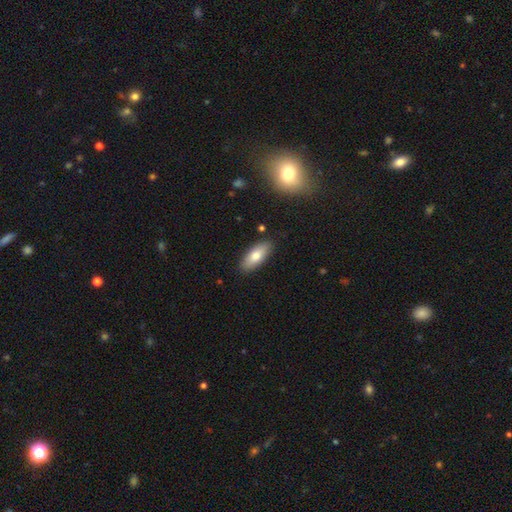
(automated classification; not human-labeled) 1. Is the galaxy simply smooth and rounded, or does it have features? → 76% smooth, 17% featured or disk, 6% star or artifact.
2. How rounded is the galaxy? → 80% in between, 17% cigar-shaped, 2% round.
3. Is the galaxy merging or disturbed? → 88% none, 9% minor disturbance, 2% major disturbance, 2% merger.